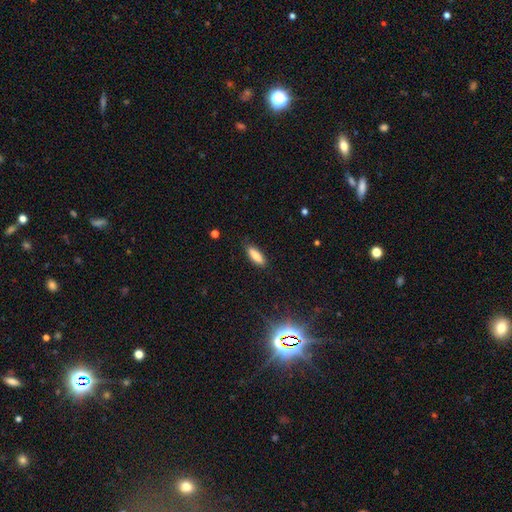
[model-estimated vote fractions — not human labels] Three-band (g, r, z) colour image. It shows a smooth galaxy with no disk features (84%) that is in between round and cigar-shaped (54%). Merging: none (86%).